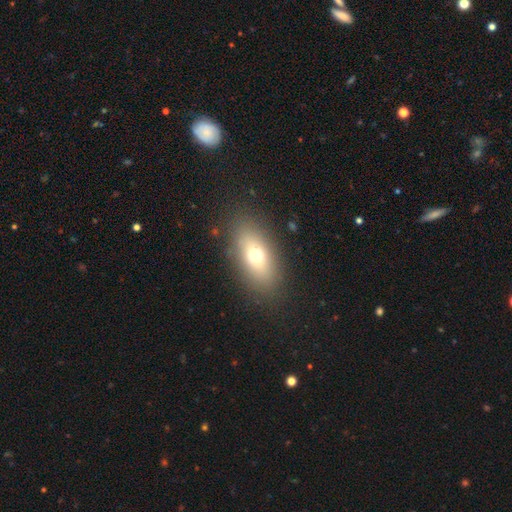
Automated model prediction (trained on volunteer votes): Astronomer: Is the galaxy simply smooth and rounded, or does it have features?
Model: smooth — 67%.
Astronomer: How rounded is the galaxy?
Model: in between — 82%.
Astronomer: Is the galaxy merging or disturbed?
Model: none — 85%.